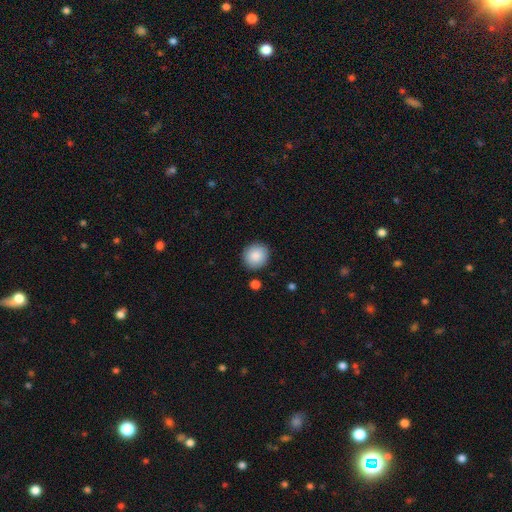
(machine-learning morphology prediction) The model was most divided on "how rounded": round: 88%, in between: 11%, cigar-shaped: 1%. More confident: merging — none (89%); smooth or featured — smooth (88%).